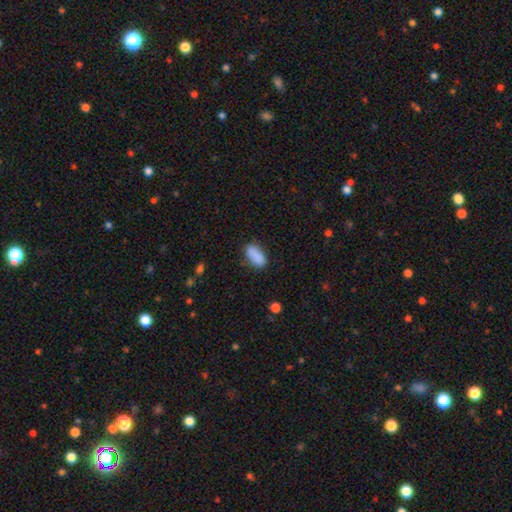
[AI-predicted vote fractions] Morphology: type=smooth (88%); roundness=in between (86%); merging=none (79%).